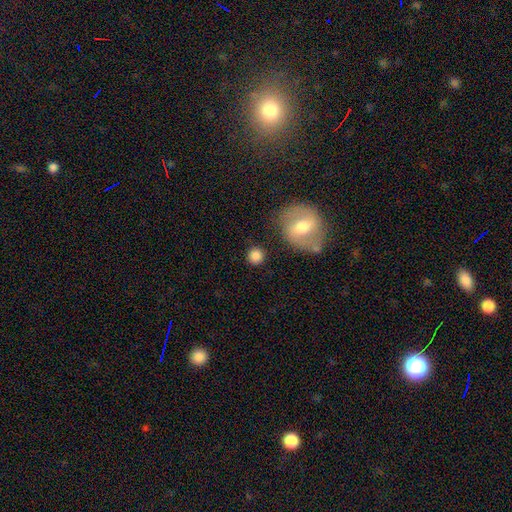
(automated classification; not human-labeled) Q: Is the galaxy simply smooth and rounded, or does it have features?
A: smooth — 84%.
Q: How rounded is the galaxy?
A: round — 92%.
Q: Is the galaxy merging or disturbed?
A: none — 83%.